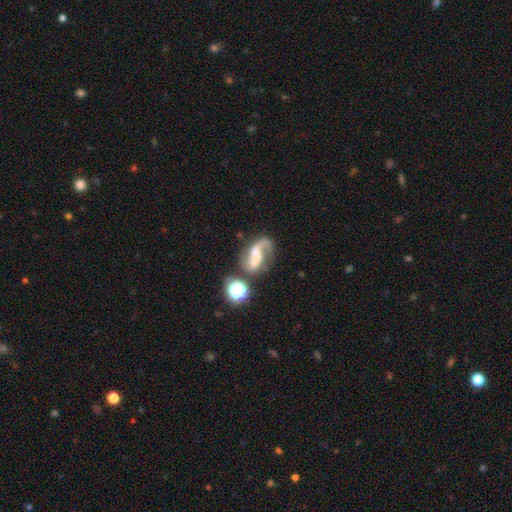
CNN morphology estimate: Smooth or featured? featured or disk (79%)
Edge-on disk? no (97%)
Bar? weak (40%)
Spiral arms? yes (94%)
Spiral winding? loose (60%)
Spiral arm count? 2 (81%)
Bulge size? small (29%)
Merging? none (54%)